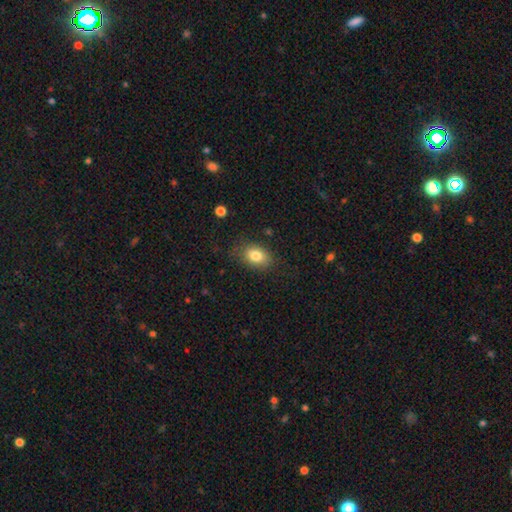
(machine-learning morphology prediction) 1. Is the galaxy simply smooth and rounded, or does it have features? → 82% smooth, 9% star or artifact, 9% featured or disk.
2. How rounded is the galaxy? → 77% in between, 22% round, 1% cigar-shaped.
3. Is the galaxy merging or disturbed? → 78% none, 16% minor disturbance, 5% major disturbance, 1% merger.